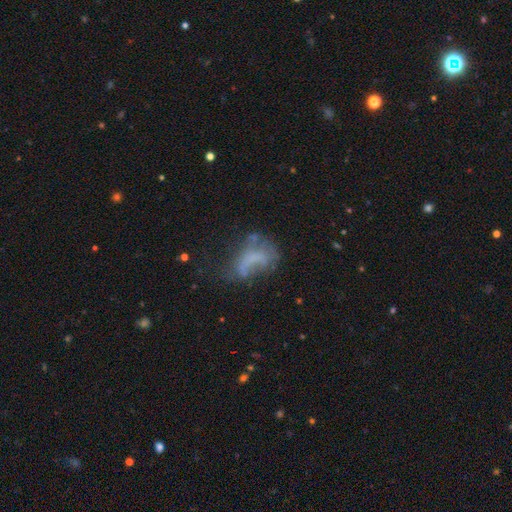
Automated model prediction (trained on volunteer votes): This is marginally a featured or disk galaxy (43%). Merging: marginally major disturbance (37%).